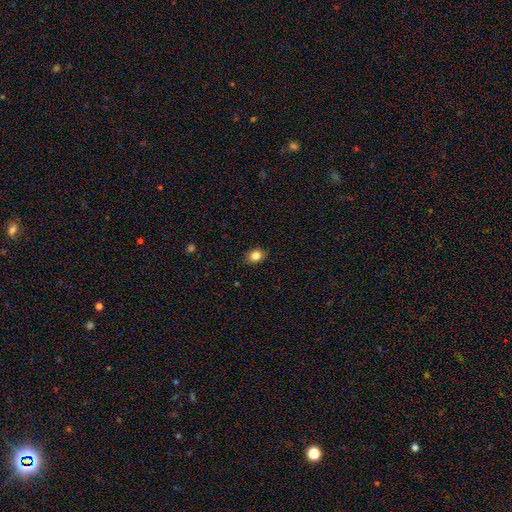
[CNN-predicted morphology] This appears to be a smooth galaxy with no disk features (84%) that is round (52%). Merging: none (85%).